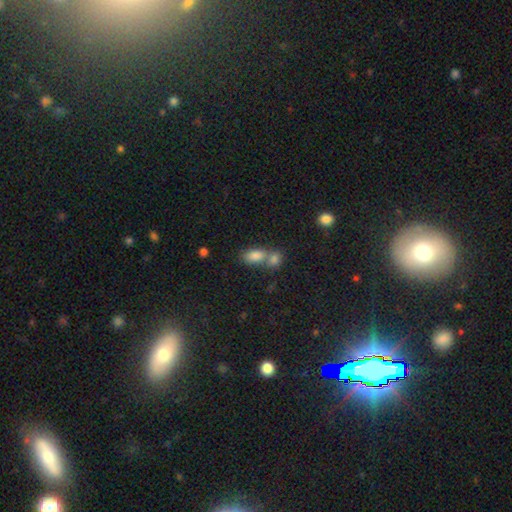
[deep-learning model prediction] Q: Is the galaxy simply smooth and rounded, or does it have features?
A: smooth — 83%.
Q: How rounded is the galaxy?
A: in between — 88%.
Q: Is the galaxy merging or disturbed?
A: merger — 54%.